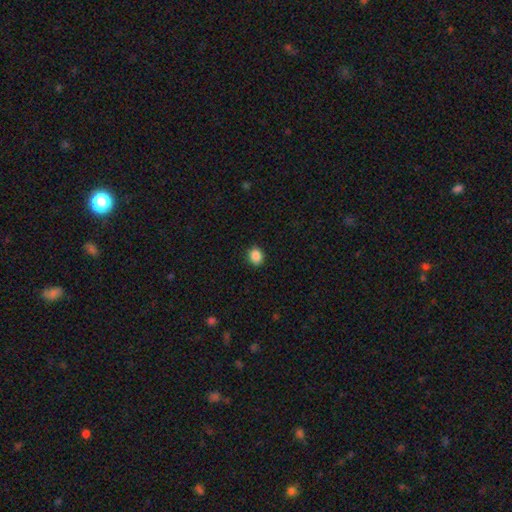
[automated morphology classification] Smooth or featured? smooth (88%)
How rounded? round (63%)
Merging? none (91%)